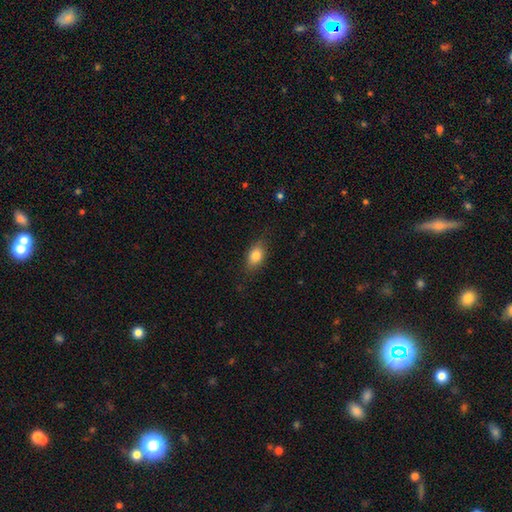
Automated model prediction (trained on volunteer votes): smooth_or_featured: smooth (p=0.81) [alt: featured or disk p=0.11]
how_rounded: in between (p=0.83) [alt: round p=0.13]
merging: none (p=0.78) [alt: minor disturbance p=0.17]